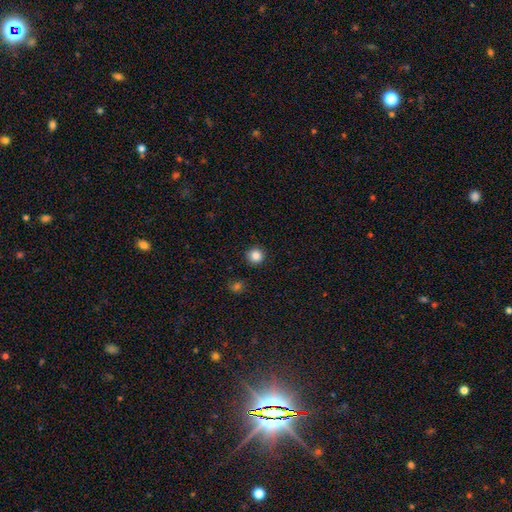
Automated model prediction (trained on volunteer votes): smooth_or_featured: smooth (p=0.85) [alt: star or artifact p=0.11]
how_rounded: round (p=0.94) [alt: in between p=0.05]
merging: none (p=0.91) [alt: minor disturbance p=0.05]